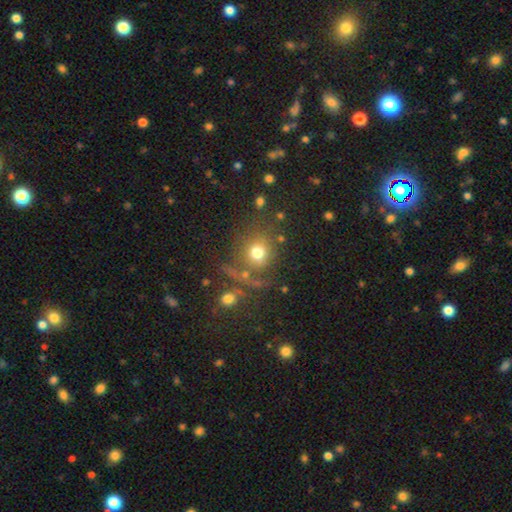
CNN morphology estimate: Overall: smooth (66%). How rounded: round (83%). Merging: none (72%).